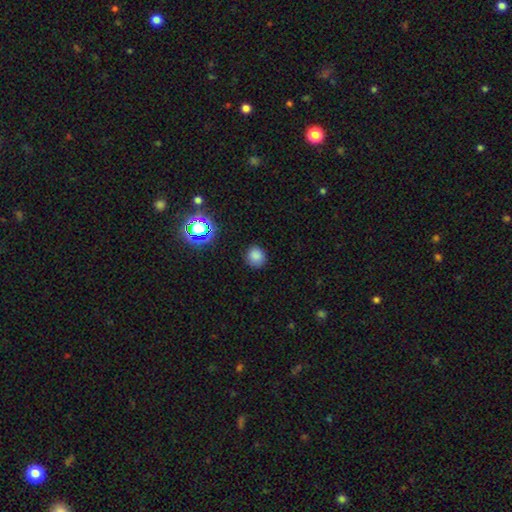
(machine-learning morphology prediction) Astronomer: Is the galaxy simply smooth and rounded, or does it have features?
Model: smooth — 79%.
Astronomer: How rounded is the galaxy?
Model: round — 84%.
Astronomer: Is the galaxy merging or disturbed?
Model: none — 85%.